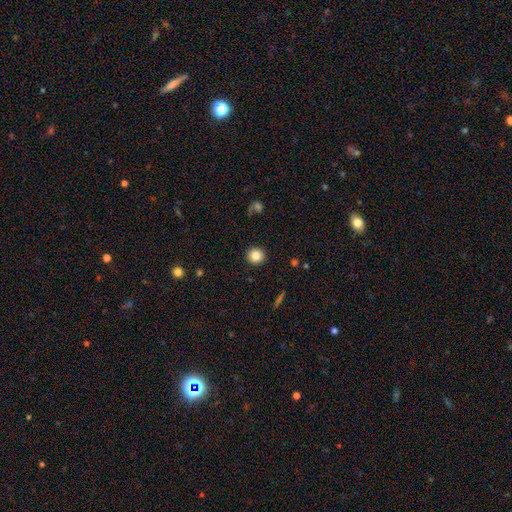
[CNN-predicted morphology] This appears to be a smooth galaxy with no disk features (84%) that is round (94%). Merging: none (93%).